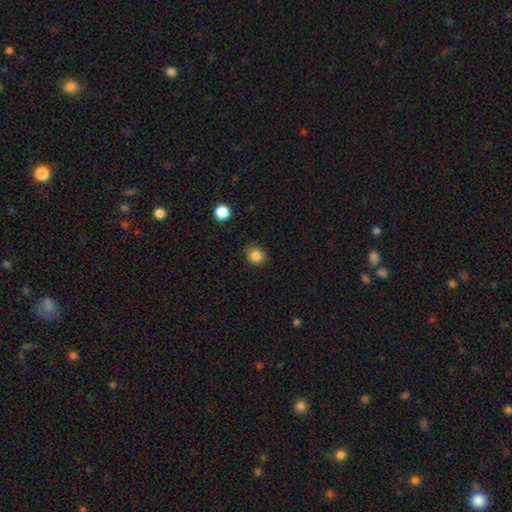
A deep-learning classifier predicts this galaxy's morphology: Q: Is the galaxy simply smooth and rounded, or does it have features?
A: smooth — 83%.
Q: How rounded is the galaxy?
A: round — 73%.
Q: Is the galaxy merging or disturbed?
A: none — 86%.